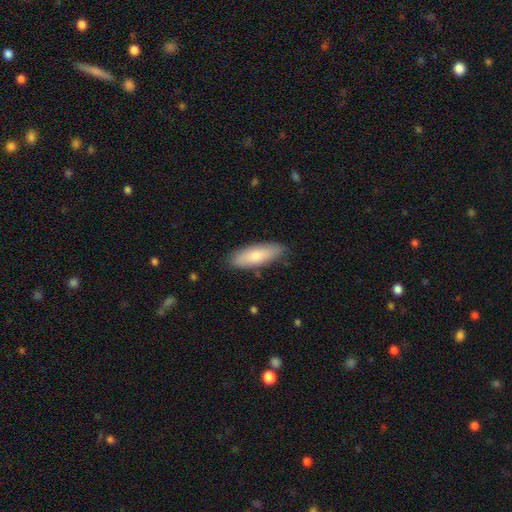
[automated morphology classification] Q: Smooth or featured?
A: smooth (76%); runner-up: featured or disk (19%)
Q: How rounded?
A: in between (60%); runner-up: cigar-shaped (38%)
Q: Merging?
A: none (83%); runner-up: minor disturbance (13%)